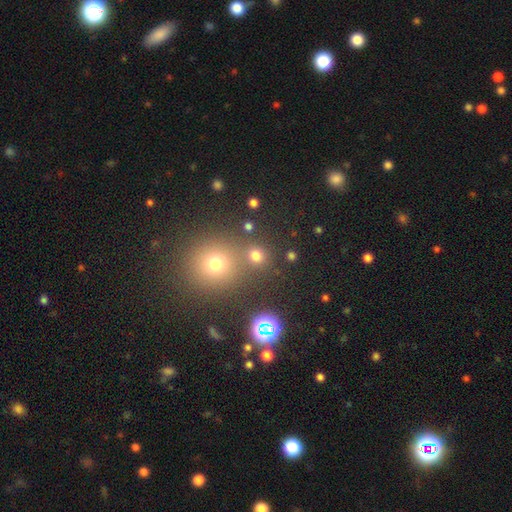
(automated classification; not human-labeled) Q: Smooth or featured?
A: smooth (73%); runner-up: star or artifact (22%)
Q: How rounded?
A: round (88%); runner-up: in between (11%)
Q: Merging?
A: none (73%); runner-up: merger (17%)